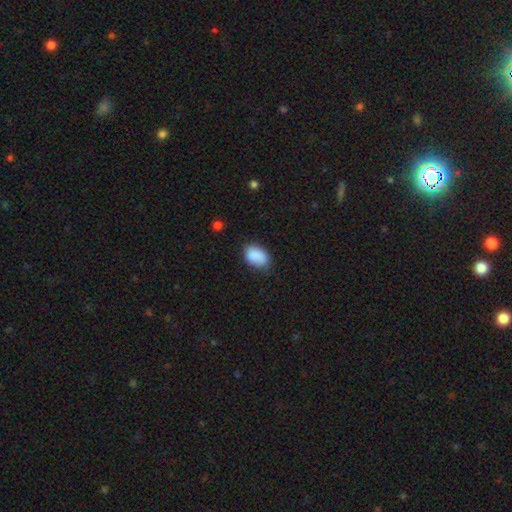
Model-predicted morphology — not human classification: smooth 88%, star or artifact 8%, featured or disk 5%. Down the decision tree: how rounded — in between (86%); merging — none (74%).